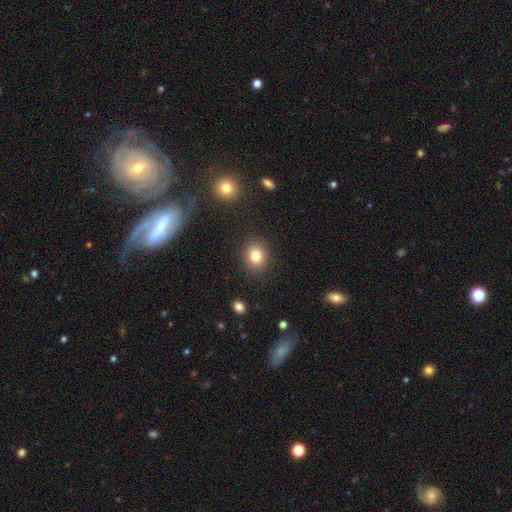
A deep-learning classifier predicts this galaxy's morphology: The model was most divided on "how rounded": round: 69%, in between: 30%, cigar-shaped: 1%. More confident: merging — none (88%); smooth or featured — smooth (81%).